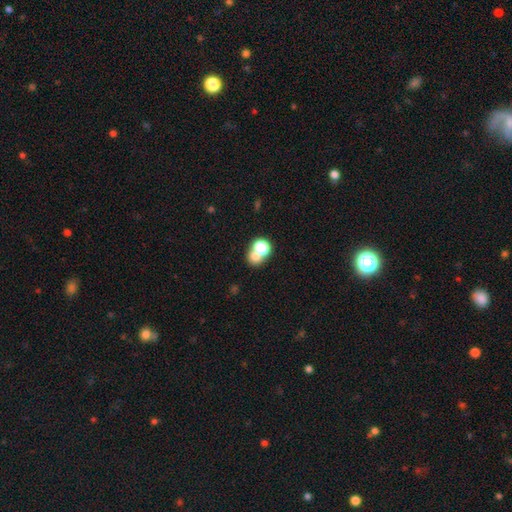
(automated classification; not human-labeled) A smooth galaxy with no disk features (68%) that is round (69%). Merging: merger (51%).